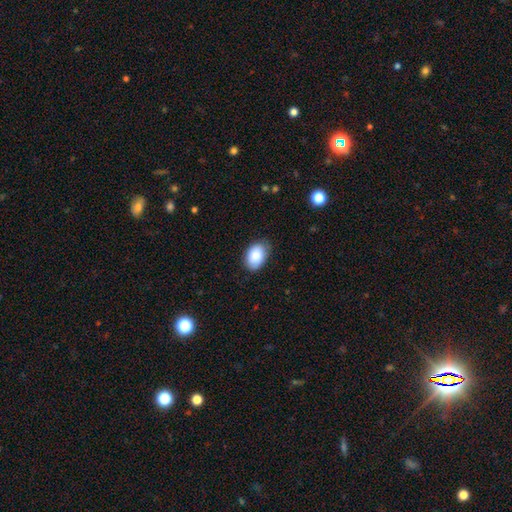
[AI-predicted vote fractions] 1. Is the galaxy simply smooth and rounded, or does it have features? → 87% smooth, 7% featured or disk, 7% star or artifact.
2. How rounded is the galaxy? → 87% in between, 12% round, 1% cigar-shaped.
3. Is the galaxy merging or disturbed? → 78% none, 18% minor disturbance, 3% major disturbance, 1% merger.